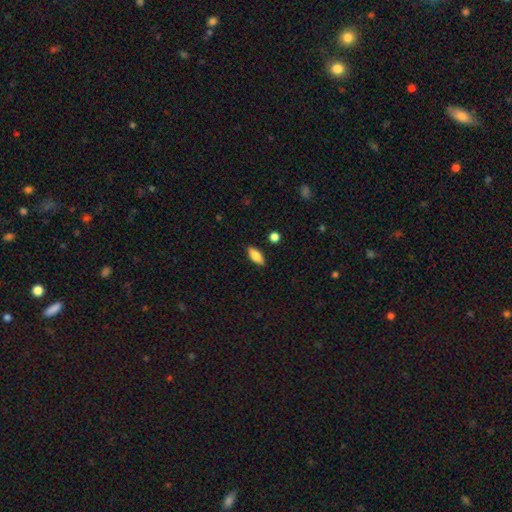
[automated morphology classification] type=smooth (78%); roundness=in between (78%); merging=none (87%).